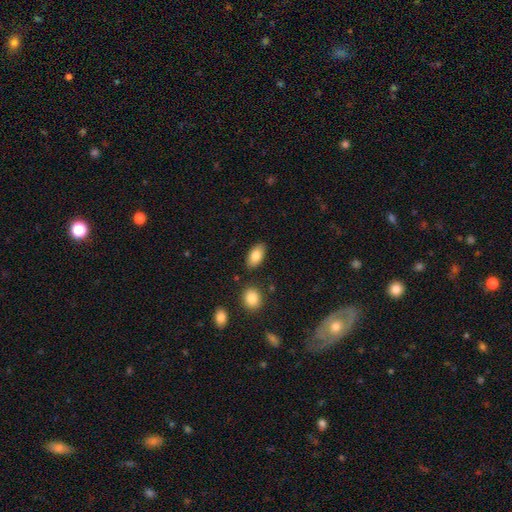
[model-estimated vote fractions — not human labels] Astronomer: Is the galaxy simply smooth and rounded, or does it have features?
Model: smooth — 84%.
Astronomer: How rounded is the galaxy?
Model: in between — 92%.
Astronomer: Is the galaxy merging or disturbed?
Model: none — 83%.